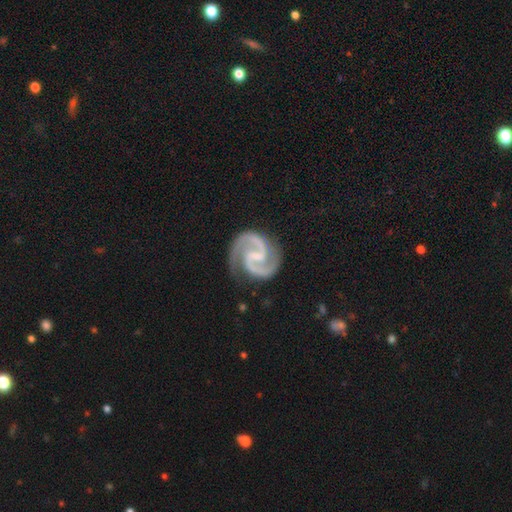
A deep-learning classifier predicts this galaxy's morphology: type=featured or disk (94%); edge-on=no (99%); bar=weak (49%); spiral arms=yes (99%); winding=medium (64%); arm count=2 (95%); bulge=small (48%); merging=none (81%).